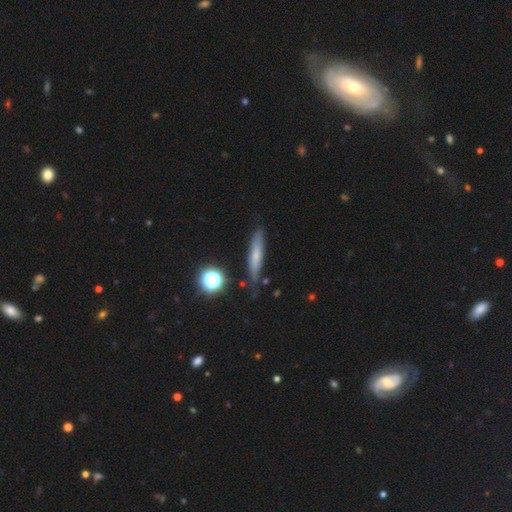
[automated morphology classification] smooth 54%, featured or disk 33%, star or artifact 13%. Down the decision tree: how rounded — cigar-shaped (84%); merging — none (78%).